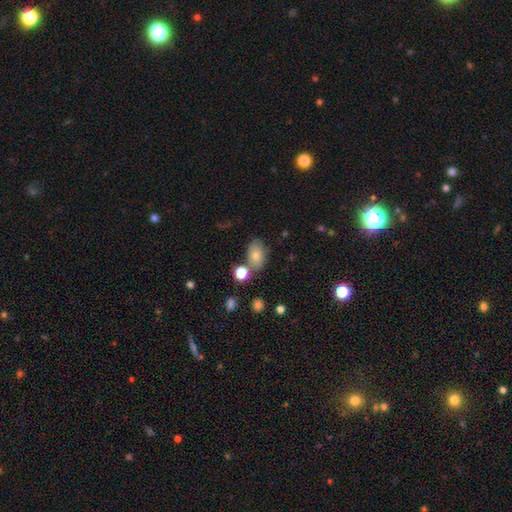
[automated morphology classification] Smooth or featured? Predicted: smooth (p=0.80). How rounded? Predicted: in between (p=0.84). Merging? Predicted: none (p=0.63).